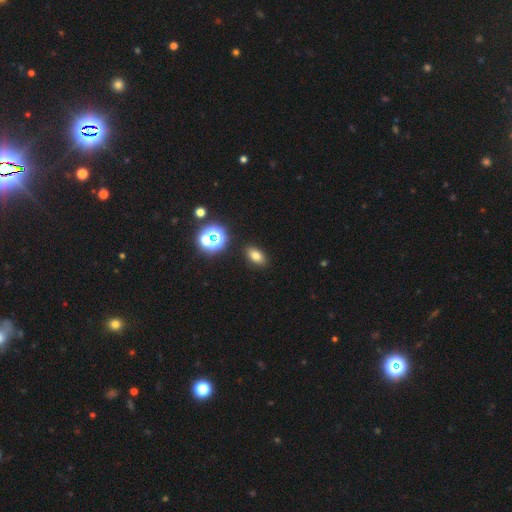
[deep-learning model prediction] Morphology: type=smooth (74%); roundness=in between (84%); merging=none (89%).